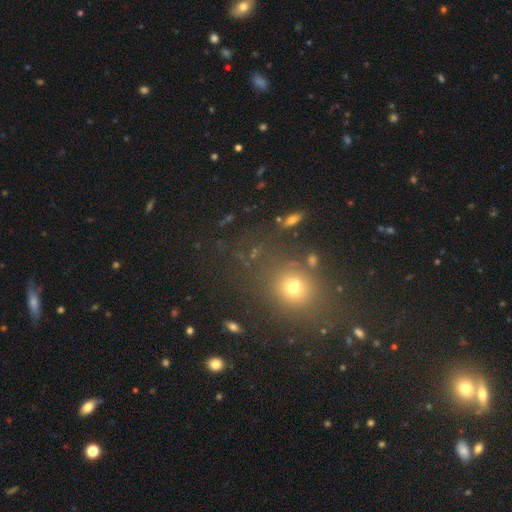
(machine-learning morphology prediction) smooth-or-featured: smooth: 52% | star or artifact: 38% | featured or disk: 10%
  how-rounded: round: 68% | in between: 30% | cigar-shaped: 2%
  merging: none: 82% | minor disturbance: 9% | major disturbance: 5% | merger: 4%